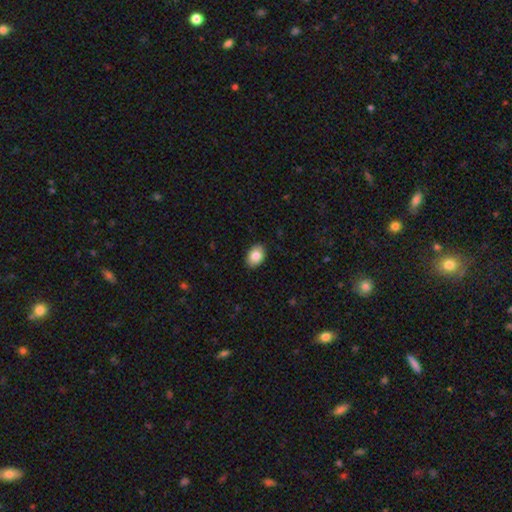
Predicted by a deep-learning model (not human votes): A smooth galaxy with no disk features (86%) that is in between round and cigar-shaped (81%). Merging: none (89%).